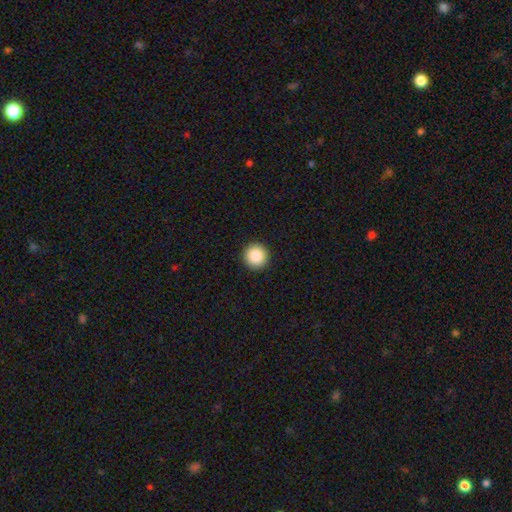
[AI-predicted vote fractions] A smooth galaxy with no disk features (88%) that is round (96%). Merging: none (94%).